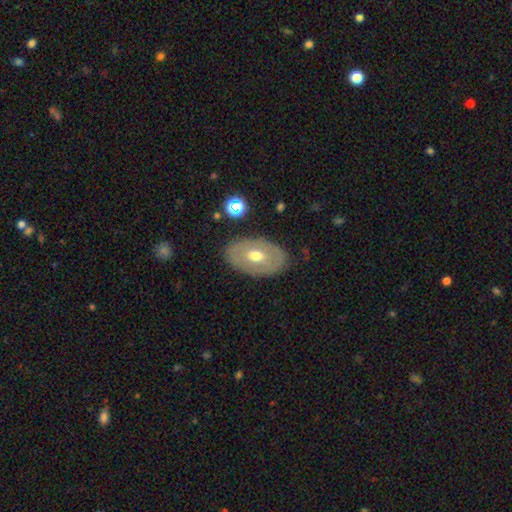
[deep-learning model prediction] This is possibly a smooth galaxy (47%). Merging: clearly none (82%).